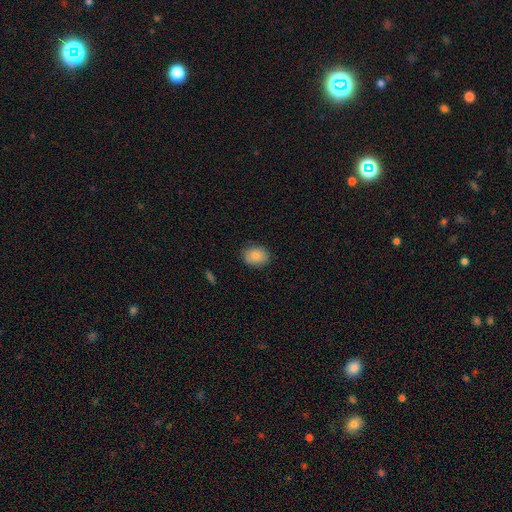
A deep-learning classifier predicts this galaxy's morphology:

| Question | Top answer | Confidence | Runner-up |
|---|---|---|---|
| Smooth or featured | smooth | 85% | star or artifact (8%) |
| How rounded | in between | 56% | round (43%) |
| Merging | none | 84% | minor disturbance (12%) |